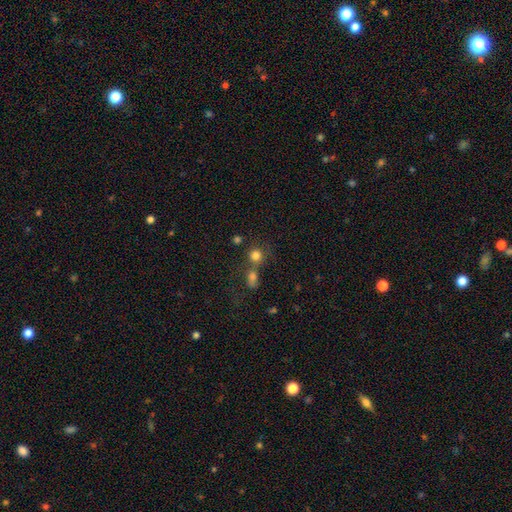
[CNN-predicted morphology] smooth_or_featured: smooth (p=0.78) [alt: star or artifact p=0.14]
how_rounded: round (p=0.86) [alt: in between p=0.13]
merging: none (p=0.53) [alt: merger p=0.34]